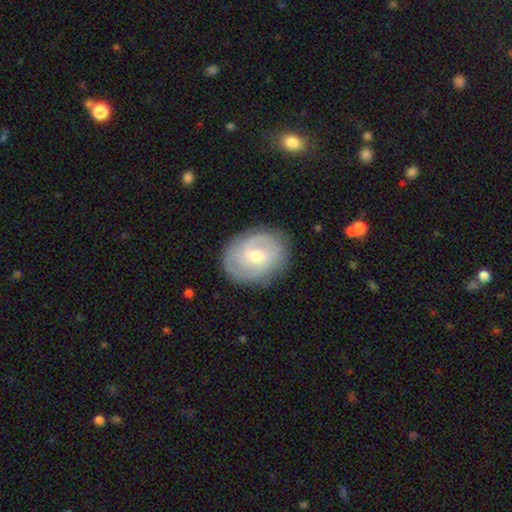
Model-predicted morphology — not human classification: featured or disk 73%, smooth 21%, star or artifact 6%. Down the decision tree: edge-on disk — no (97%); bar — weak (46%); spiral arms — yes (92%); spiral arm count — 2 (37%); spiral winding — tight (47%); bulge size — moderate (50%); merging — none (79%).